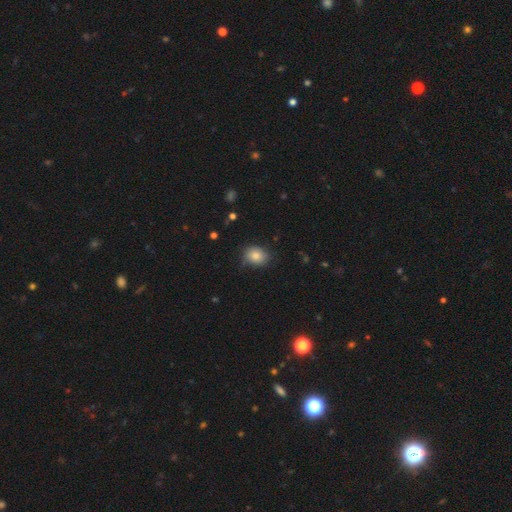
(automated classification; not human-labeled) A smooth galaxy with no disk features (83%) that is in between round and cigar-shaped (54%). Merging: none (74%).